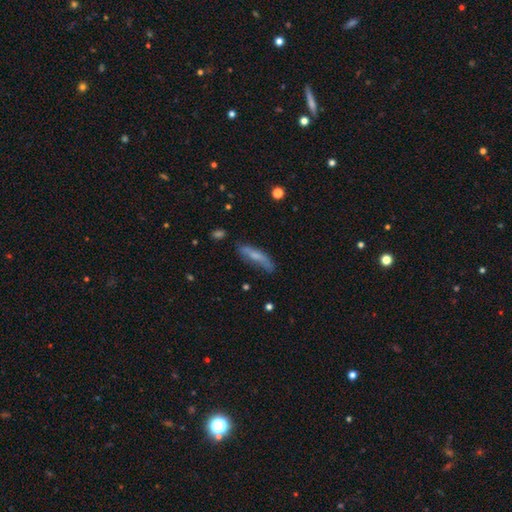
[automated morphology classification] smooth_or_featured: smooth (p=0.59) [alt: featured or disk p=0.32]
how_rounded: cigar-shaped (p=0.71) [alt: in between p=0.27]
merging: none (p=0.60) [alt: minor disturbance p=0.27]